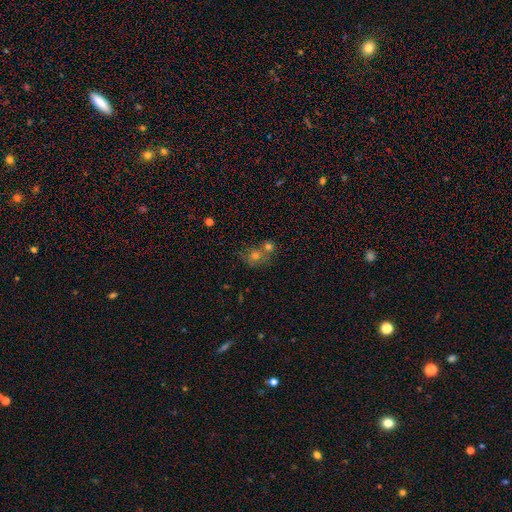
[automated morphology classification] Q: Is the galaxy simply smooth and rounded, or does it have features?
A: smooth — 58%.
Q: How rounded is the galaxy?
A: round — 76%.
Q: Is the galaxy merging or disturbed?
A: none — 45%.